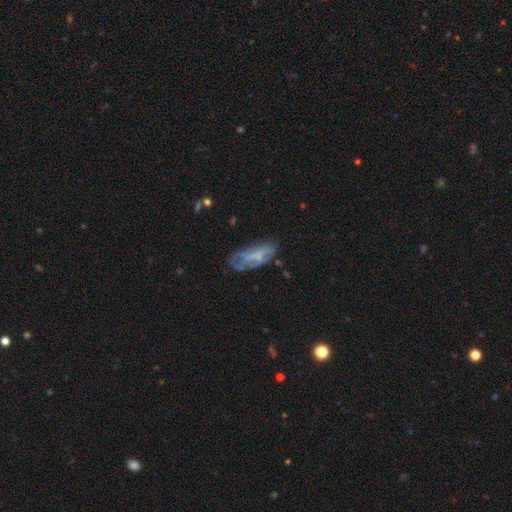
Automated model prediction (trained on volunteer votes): Smooth or featured: featured or disk — 48% (smooth — 42%)
Merging: none — 49% (minor disturbance — 28%)